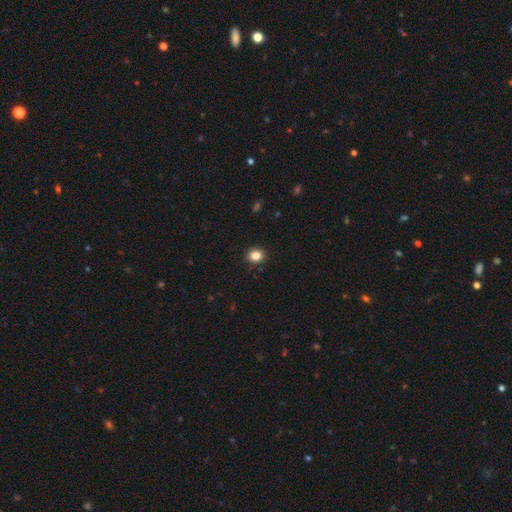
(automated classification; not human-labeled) Morphology: type=smooth (86%); roundness=round (71%); merging=none (90%).